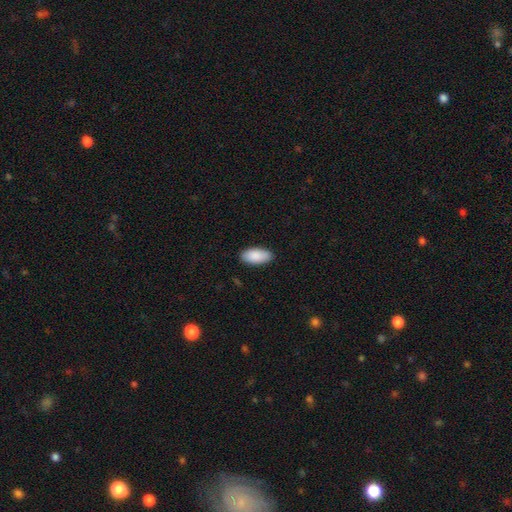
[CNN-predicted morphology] type=smooth (90%); roundness=in between (94%); merging=none (89%).